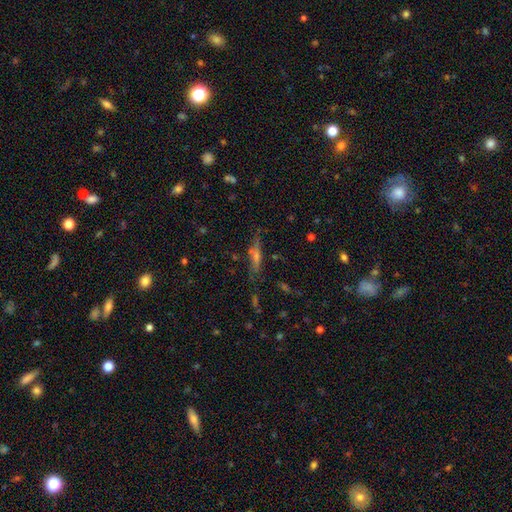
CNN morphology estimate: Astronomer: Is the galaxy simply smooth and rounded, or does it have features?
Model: smooth — 48% (runner-up: featured or disk, 37%).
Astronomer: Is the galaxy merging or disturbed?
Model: none — 68%.